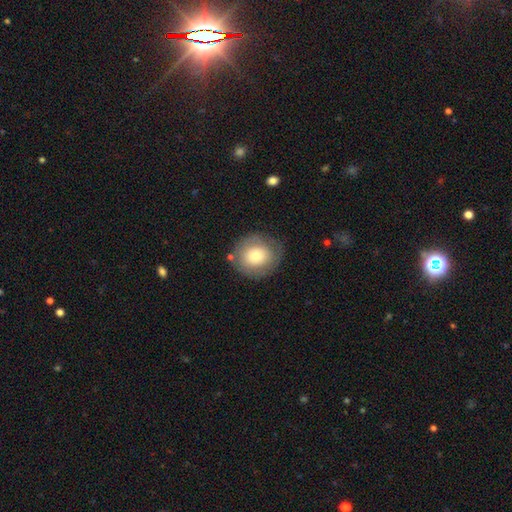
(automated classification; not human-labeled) Overall: smooth (65%; featured or disk 26%). How rounded: round (83%). Merging: none (77%).